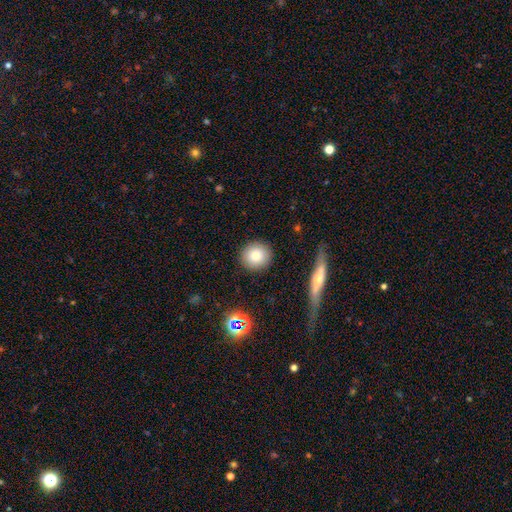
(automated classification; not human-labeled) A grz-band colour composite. It shows a smooth galaxy with no disk features (80%) that is round (91%). Merging: none (89%).